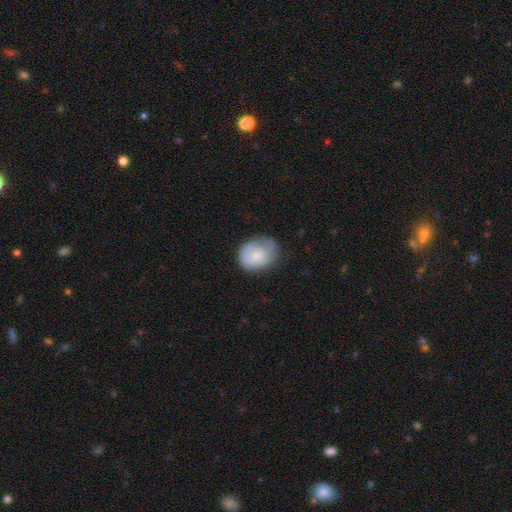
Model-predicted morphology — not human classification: This appears to be a smooth galaxy with no disk features (69%) that is round (54%). Merging: none (54%).